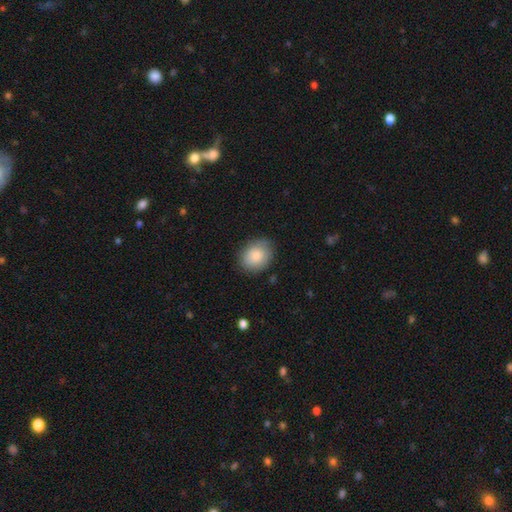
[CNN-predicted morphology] Smooth or featured? smooth (86%)
How rounded? in between (51%)
Merging? none (83%)